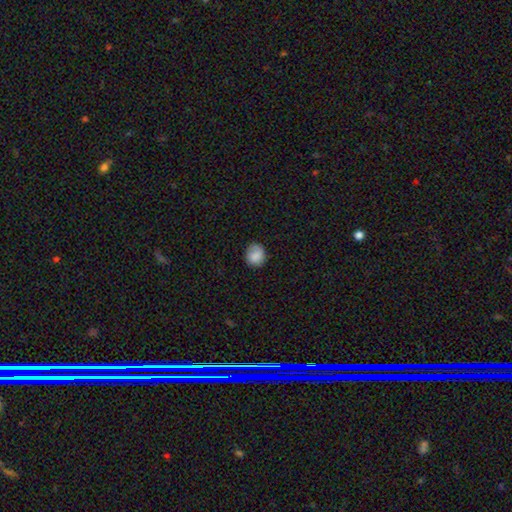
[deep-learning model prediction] smooth-or-featured: smooth: 84% | star or artifact: 8% | featured or disk: 7%
  how-rounded: round: 76% | in between: 23% | cigar-shaped: 1%
  merging: none: 78% | minor disturbance: 16% | major disturbance: 4% | merger: 1%